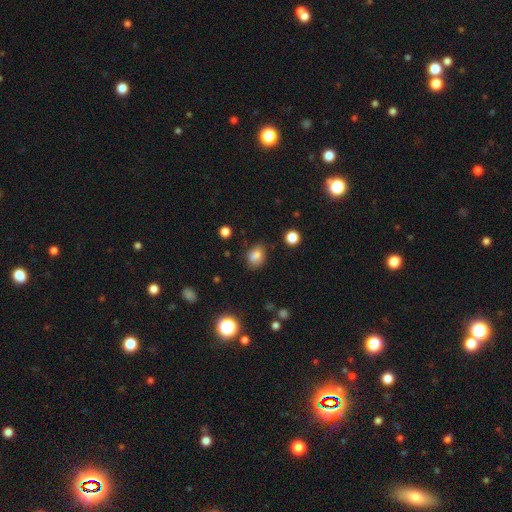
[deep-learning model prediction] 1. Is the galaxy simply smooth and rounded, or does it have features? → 82% smooth, 12% star or artifact, 6% featured or disk.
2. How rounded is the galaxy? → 62% in between, 37% round, 1% cigar-shaped.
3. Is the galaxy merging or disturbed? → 71% none, 21% minor disturbance, 5% major disturbance, 2% merger.